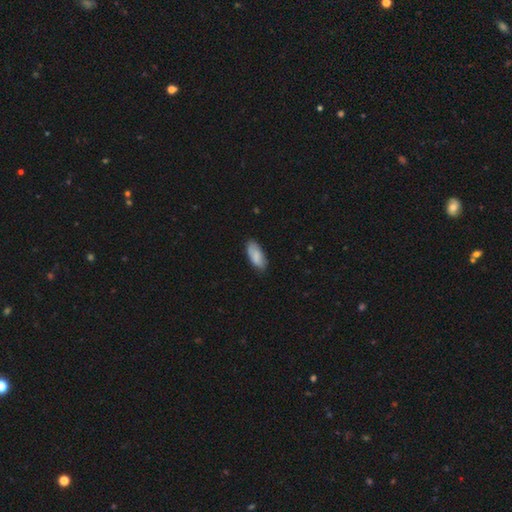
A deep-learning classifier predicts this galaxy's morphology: smooth-or-featured: smooth: 83% | featured or disk: 11% | star or artifact: 6%
  how-rounded: in between: 87% | cigar-shaped: 12% | round: 2%
  merging: none: 76% | minor disturbance: 20% | major disturbance: 3% | merger: 1%